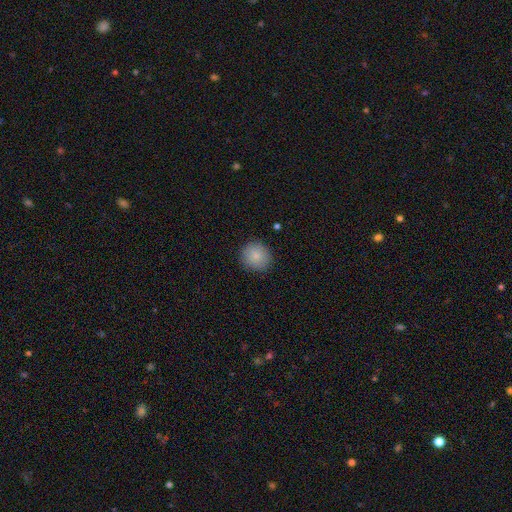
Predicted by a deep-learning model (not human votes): This appears to be a smooth galaxy with no disk features (86%) that is round (87%). Merging: none (88%).